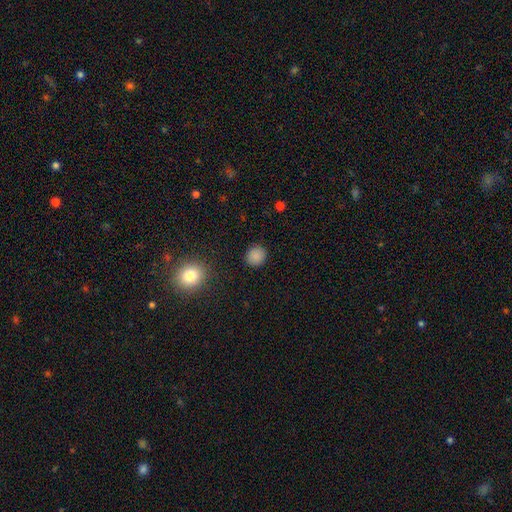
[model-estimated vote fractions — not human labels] Smooth or featured? Predicted: smooth (p=0.86). How rounded? Predicted: round (p=0.86). Merging? Predicted: none (p=0.90).